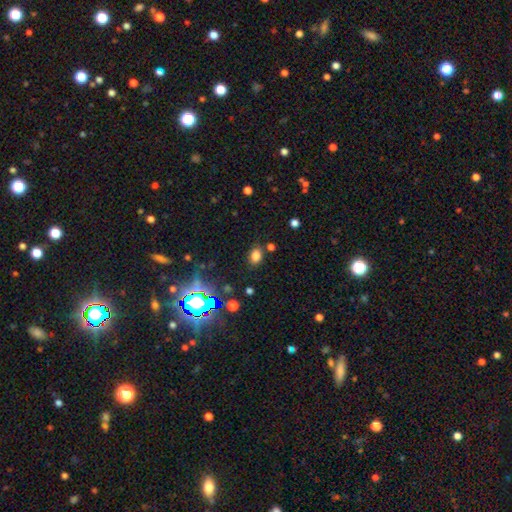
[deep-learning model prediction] Smooth or featured? Predicted: smooth (p=0.75). How rounded? Predicted: in between (p=0.68). Merging? Predicted: none (p=0.80).